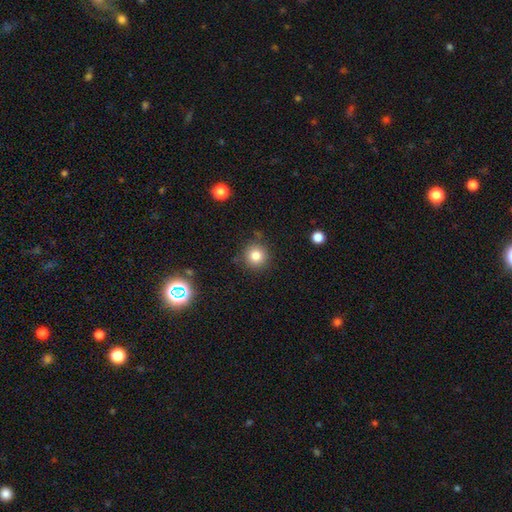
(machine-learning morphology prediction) Smooth or featured?
  - smooth: 81% *
  - star or artifact: 12%
  - featured or disk: 7%
How rounded?
  - round: 93% *
  - in between: 6%
  - cigar-shaped: 1%
Merging?
  - none: 84% *
  - minor disturbance: 10%
  - major disturbance: 3%
  - merger: 3%